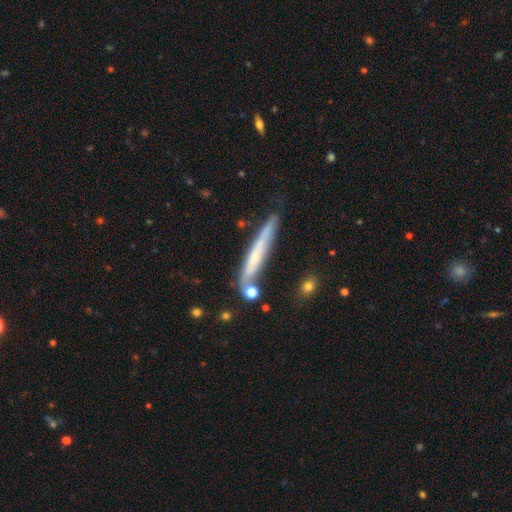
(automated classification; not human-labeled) This is possibly a featured or disk galaxy (54%). It is clearly viewed edge-on (86%). Merging: likely none (68%).